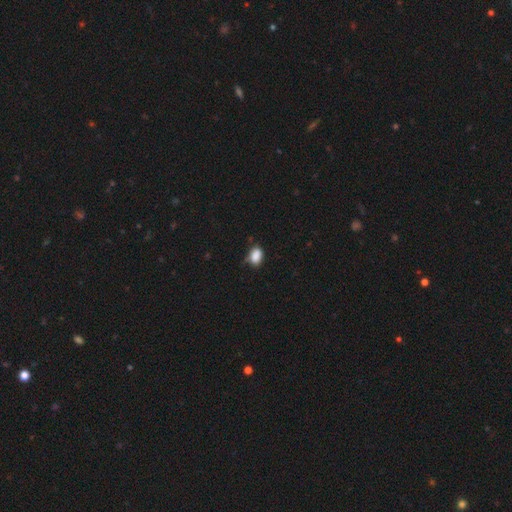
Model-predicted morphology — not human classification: smooth-or-featured: smooth: 87% | star or artifact: 9% | featured or disk: 4%
  how-rounded: in between: 83% | round: 15% | cigar-shaped: 2%
  merging: none: 62% | minor disturbance: 30% | major disturbance: 6% | merger: 3%